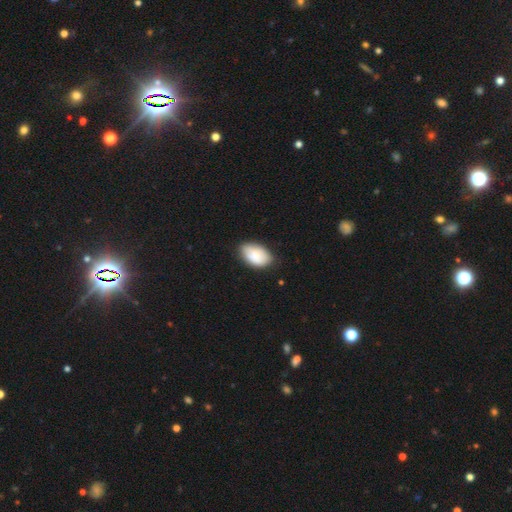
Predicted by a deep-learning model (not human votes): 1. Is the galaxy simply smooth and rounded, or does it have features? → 83% smooth, 11% featured or disk, 6% star or artifact.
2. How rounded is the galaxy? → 92% in between, 6% round, 1% cigar-shaped.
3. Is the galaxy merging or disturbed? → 75% none, 21% minor disturbance, 3% major disturbance, 1% merger.